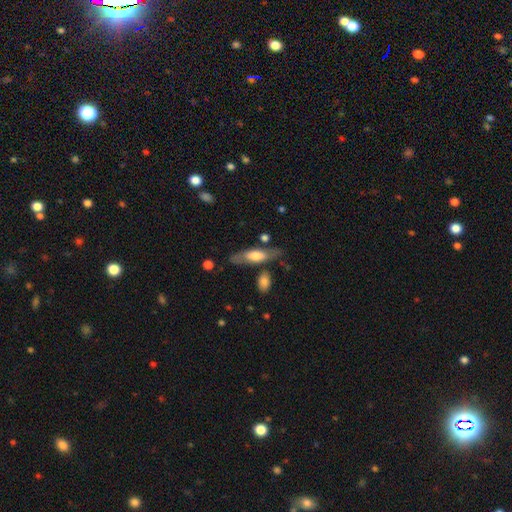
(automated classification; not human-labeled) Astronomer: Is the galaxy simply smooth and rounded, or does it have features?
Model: smooth — 52% (runner-up: featured or disk, 42%).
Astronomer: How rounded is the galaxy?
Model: in between — 49% (runner-up: cigar-shaped, 48%).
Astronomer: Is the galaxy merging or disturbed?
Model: none — 67%.